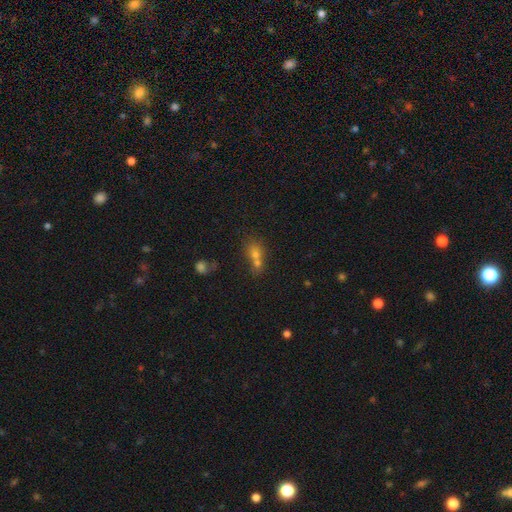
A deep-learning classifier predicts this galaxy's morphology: smooth 66%, star or artifact 18%, featured or disk 16%. Down the decision tree: how rounded — round (52%); merging — merger (60%).